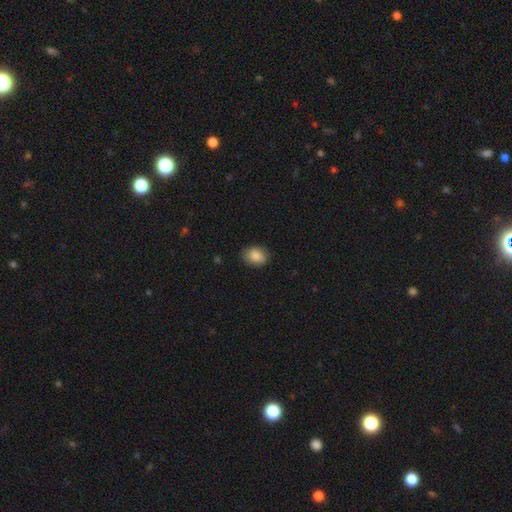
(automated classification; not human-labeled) smooth-or-featured: smooth: 88% | star or artifact: 7% | featured or disk: 5%
  how-rounded: in between: 66% | round: 33% | cigar-shaped: 1%
  merging: none: 84% | minor disturbance: 12% | major disturbance: 3% | merger: 1%